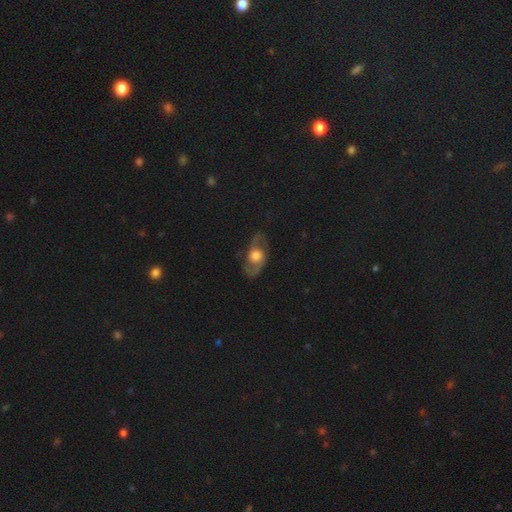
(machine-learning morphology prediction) Smooth or featured: featured or disk — 75% (smooth — 19%)
Edge-on disk: no — 89% (yes — 11%)
Bar: no — 76% (weak — 19%)
Spiral arms: yes — 78% (no — 22%)
Spiral winding: medium — 46% (loose — 39%)
Spiral arm count: 2 — 90% (can't tell — 5%)
Bulge size: moderate — 48% (large — 42%)
Merging: none — 77% (minor disturbance — 14%)